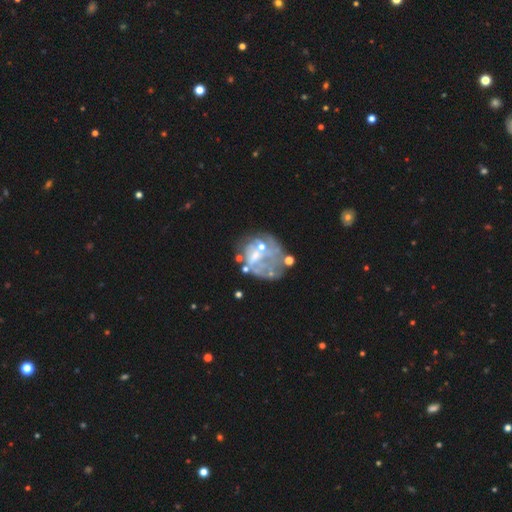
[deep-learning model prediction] featured or disk 64%, smooth 22%, star or artifact 14%. Down the decision tree: edge-on disk — no (98%); bar — no (82%); spiral arms — no (83%); bulge size — none (49%); merging — none (36%).